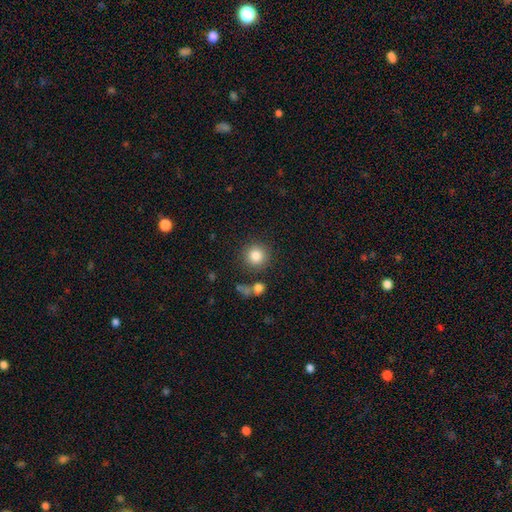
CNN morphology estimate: The model was most divided on "merging": none: 82%, minor disturbance: 9%, merger: 6%, major disturbance: 4%. More confident: how rounded — round (93%); smooth or featured — smooth (84%).